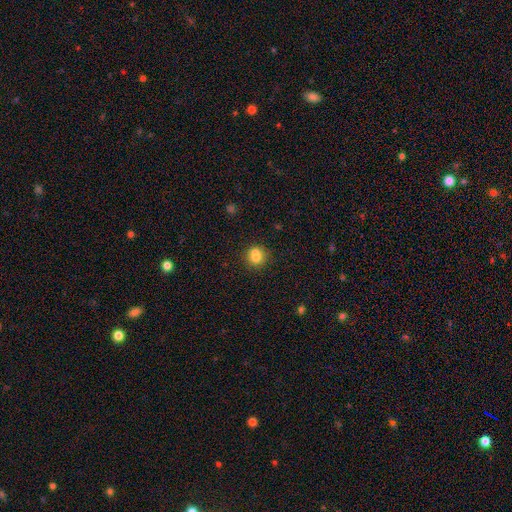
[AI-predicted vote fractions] This appears to be a smooth galaxy with no disk features (78%) that is round (79%). Merging: none (60%).